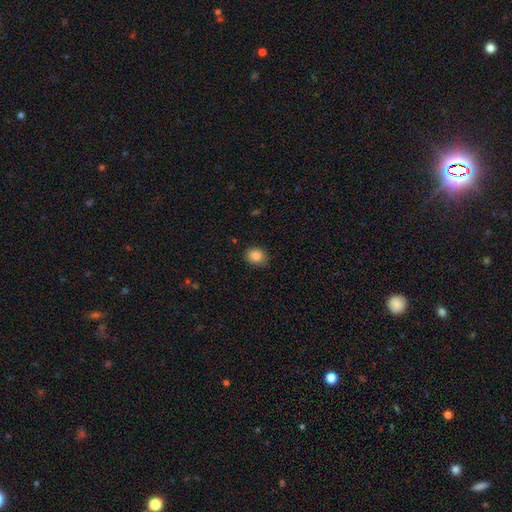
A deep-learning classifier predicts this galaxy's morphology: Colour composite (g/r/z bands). It shows a smooth galaxy with no disk features (86%) that is round (57%). Merging: none (83%).